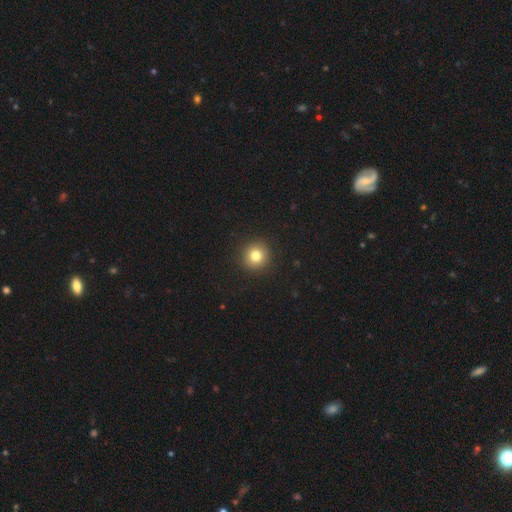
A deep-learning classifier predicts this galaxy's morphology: The model was most divided on "smooth or featured": smooth: 80%, star or artifact: 12%, featured or disk: 8%. More confident: how rounded — round (94%); merging — none (92%).